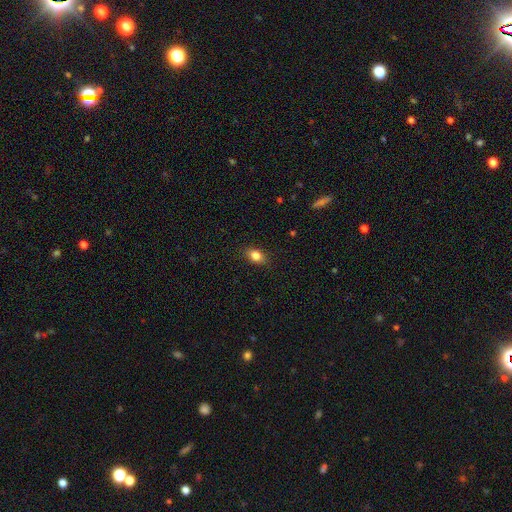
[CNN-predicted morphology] This appears to be a smooth galaxy with no disk features (83%) that is in between round and cigar-shaped (74%). Merging: none (87%).